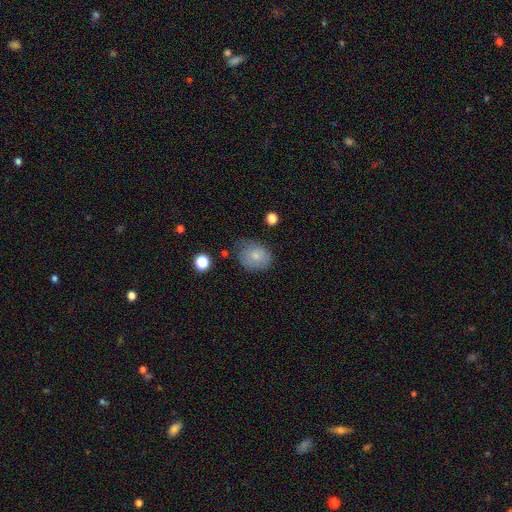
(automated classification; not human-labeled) A smooth galaxy with no disk features (76%) that is round (50%). Merging: none (57%).